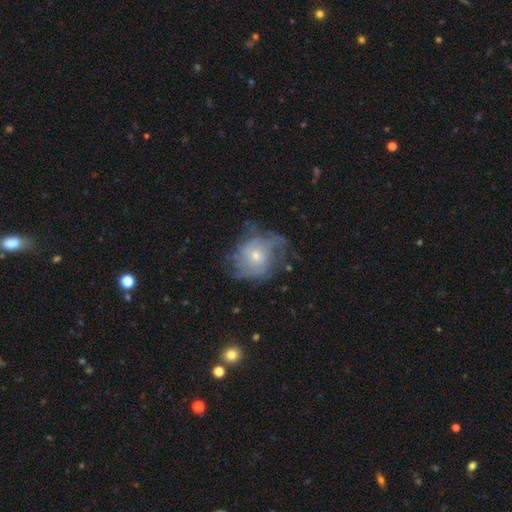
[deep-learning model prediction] Morphology: type=featured or disk (72%); edge-on=no (97%); bar=no (76%); spiral arms=yes (83%); winding=tight (43%); arm count=can't tell (45%); bulge=small (58%); merging=none (58%).